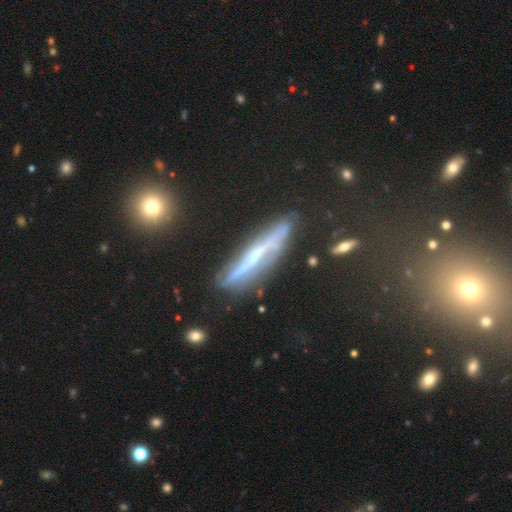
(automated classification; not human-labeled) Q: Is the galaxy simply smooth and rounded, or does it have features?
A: featured or disk — 67%.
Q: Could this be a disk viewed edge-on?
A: yes — 80%.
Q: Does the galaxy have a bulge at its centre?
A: none — 54%.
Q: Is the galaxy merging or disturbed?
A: none — 70%.